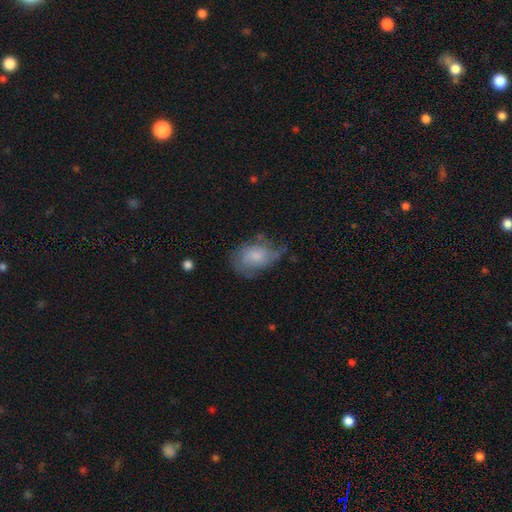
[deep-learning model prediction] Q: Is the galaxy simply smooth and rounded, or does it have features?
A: smooth — 54%.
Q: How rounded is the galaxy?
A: in between — 81%.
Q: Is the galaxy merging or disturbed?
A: none — 44%.